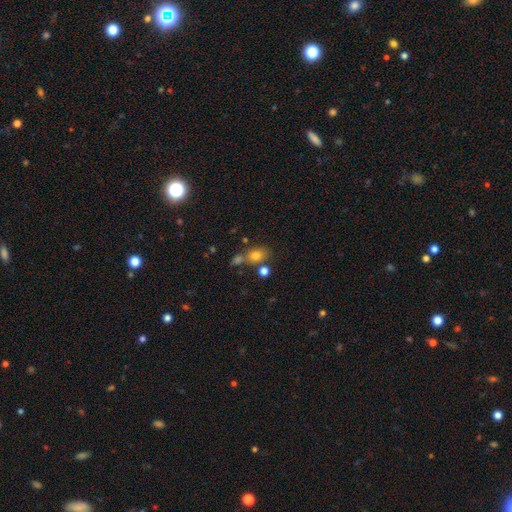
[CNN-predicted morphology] Smooth or featured? Predicted: smooth (p=0.76). How rounded? Predicted: in between (p=0.63). Merging? Predicted: none (p=0.54).